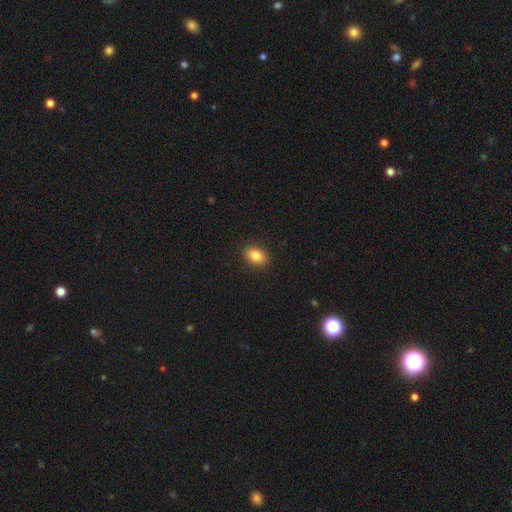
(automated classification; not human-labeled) This appears to be a smooth galaxy with no disk features (86%) that is in between round and cigar-shaped (83%). Merging: none (89%).